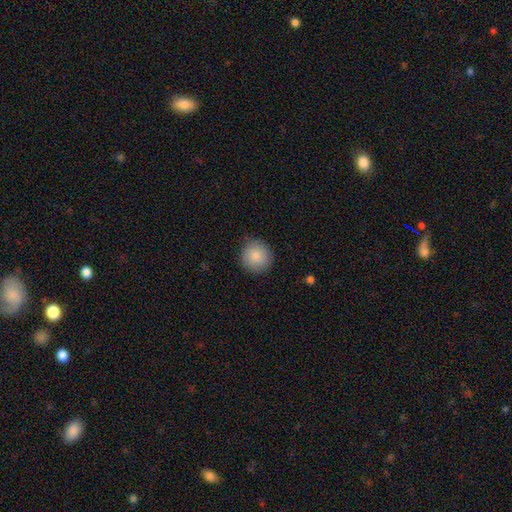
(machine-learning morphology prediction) Smooth or featured? Predicted: smooth (p=0.87). How rounded? Predicted: round (p=0.94). Merging? Predicted: none (p=0.89).